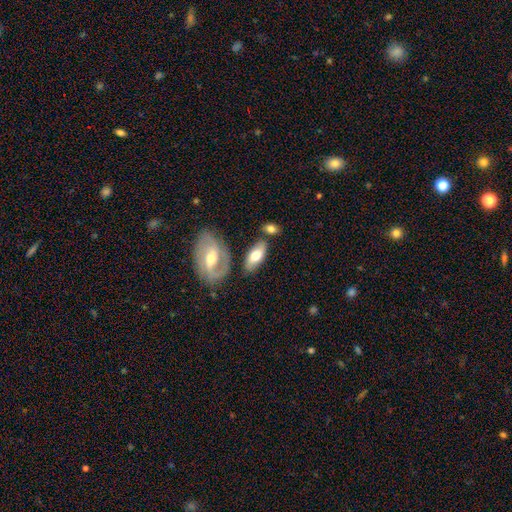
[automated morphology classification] type=smooth (58%); roundness=in between (85%); merging=none (68%).